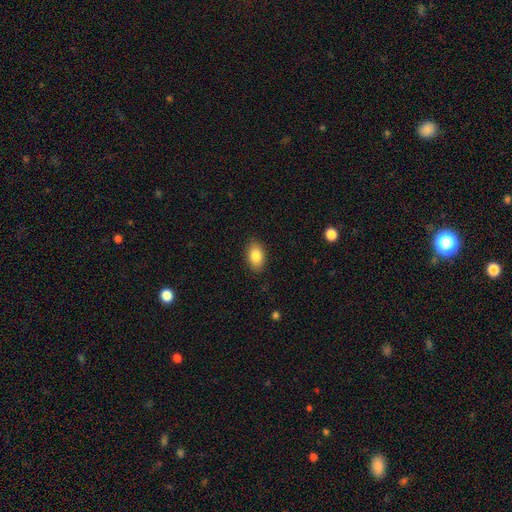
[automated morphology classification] The model was most divided on "smooth or featured": smooth: 85%, featured or disk: 7%, star or artifact: 7%. More confident: how rounded — in between (90%); merging — none (87%).